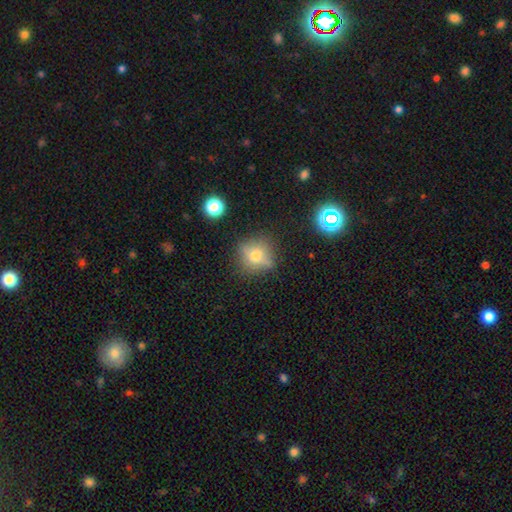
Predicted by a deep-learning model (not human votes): This appears to be a smooth galaxy with no disk features (62%) that is round (88%). Merging: none (78%).